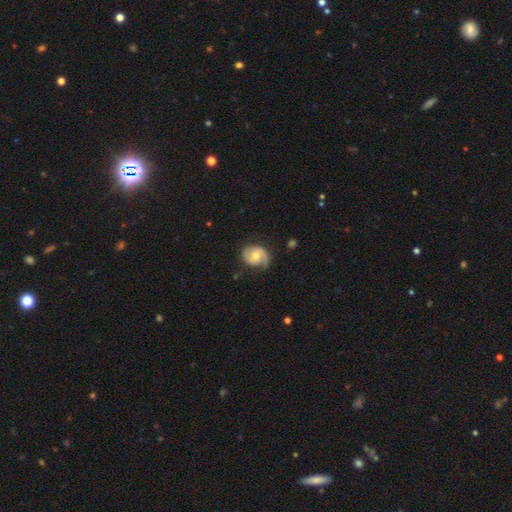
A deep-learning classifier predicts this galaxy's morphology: smooth-or-featured: featured or disk: 75% | smooth: 19% | star or artifact: 6%
  disk-edge-on: no: 98% | yes: 2%
    bar: no: 63% | weak: 32% | strong: 6%
    has-spiral-arms: yes: 94% | no: 6%
      spiral-winding: medium: 44% | tight: 36% | loose: 20%
      spiral-arm-count: 2: 81% | 1: 10% | can't tell: 6% | 3: 1% | 4: 1% | more than 4: 1%
    bulge-size: moderate: 62% | small: 32% | large: 3% | none: 2% | dominant: 1%
  merging: none: 71% | minor disturbance: 20% | major disturbance: 7% | merger: 1%